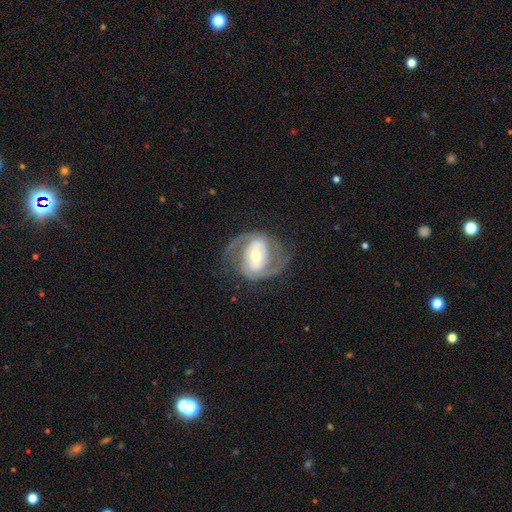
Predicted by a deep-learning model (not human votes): Smooth or featured?
  - featured or disk: 85% *
  - smooth: 11%
  - star or artifact: 5%
Edge-on disk?
  - no: 97% *
  - yes: 3%
Bar?
  - weak: 36% *
  - no: 35%
  - strong: 29%
Spiral arms?
  - yes: 92% *
  - no: 8%
Spiral winding?
  - medium: 50% *
  - tight: 29%
  - loose: 20%
Spiral arm count?
  - 2: 89% *
  - can't tell: 5%
  - 1: 2%
  - 3: 2%
  - 4: 1%
  - more than 4: 1%
Bulge size?
  - moderate: 62% *
  - small: 27%
  - large: 8%
  - dominant: 1%
  - none: 1%
Merging?
  - none: 71% *
  - minor disturbance: 15%
  - major disturbance: 12%
  - merger: 1%